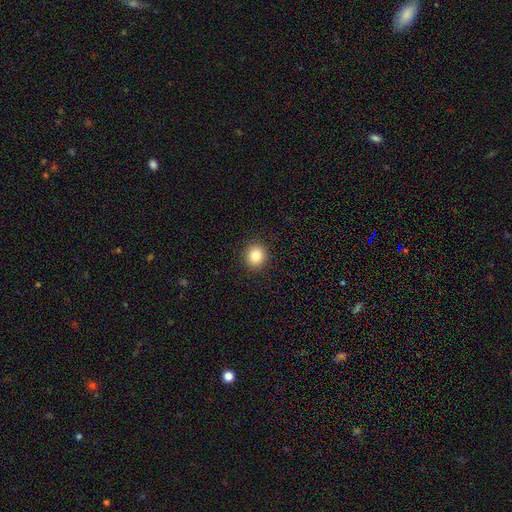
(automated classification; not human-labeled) A smooth galaxy with no disk features (84%) that is round (87%). Merging: none (92%).